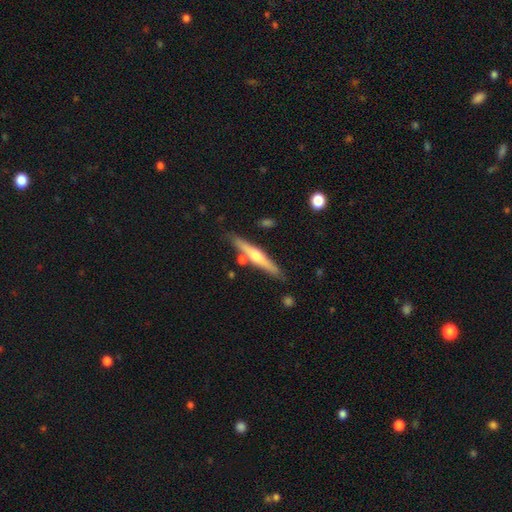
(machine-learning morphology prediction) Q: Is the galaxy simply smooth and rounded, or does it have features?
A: featured or disk — 63%.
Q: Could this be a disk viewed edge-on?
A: yes — 97%.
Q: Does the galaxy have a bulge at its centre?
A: rounded — 89%.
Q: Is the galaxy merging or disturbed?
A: none — 82%.